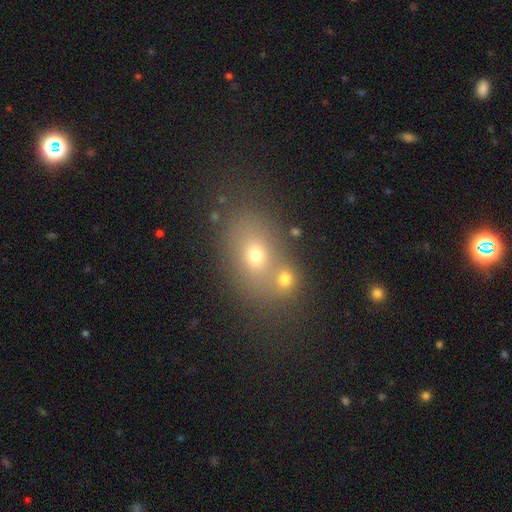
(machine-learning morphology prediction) smooth-or-featured: smooth: 64% | featured or disk: 18% | star or artifact: 17%
  how-rounded: in between: 64% | round: 35% | cigar-shaped: 2%
  merging: none: 47% | merger: 37% | minor disturbance: 11% | major disturbance: 6%